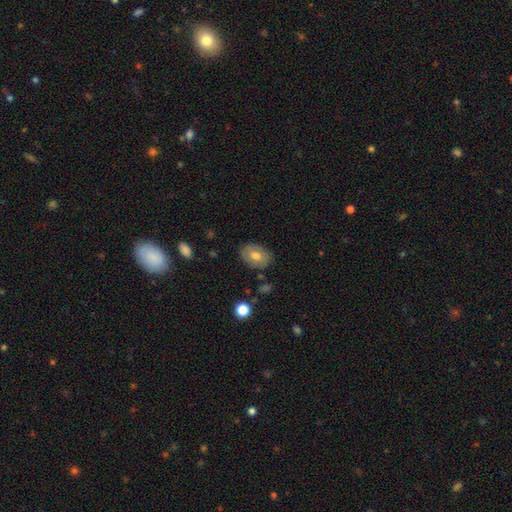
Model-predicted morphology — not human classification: smooth 66%, featured or disk 26%, star or artifact 8%. Down the decision tree: how rounded — in between (78%); merging — none (82%).